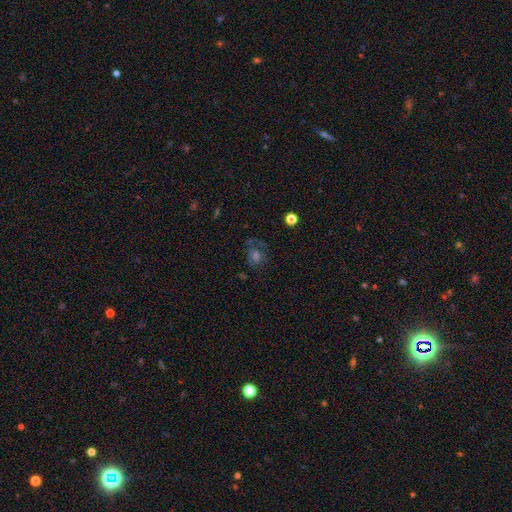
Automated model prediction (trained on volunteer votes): Smooth or featured: smooth — 40% (featured or disk — 31%)
Merging: none — 62% (minor disturbance — 18%)